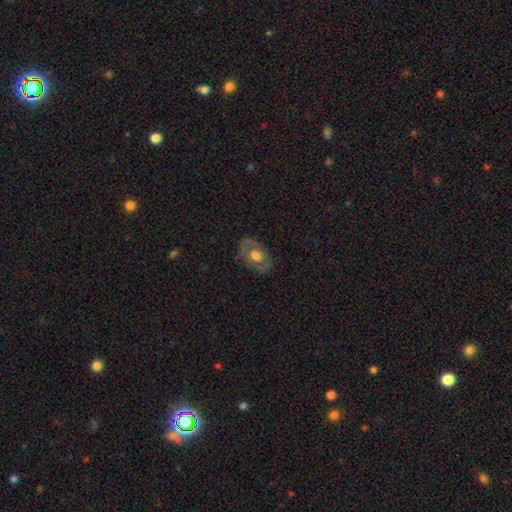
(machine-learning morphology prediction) This appears to be a featured or disk galaxy (54%). Merging: none (75%).